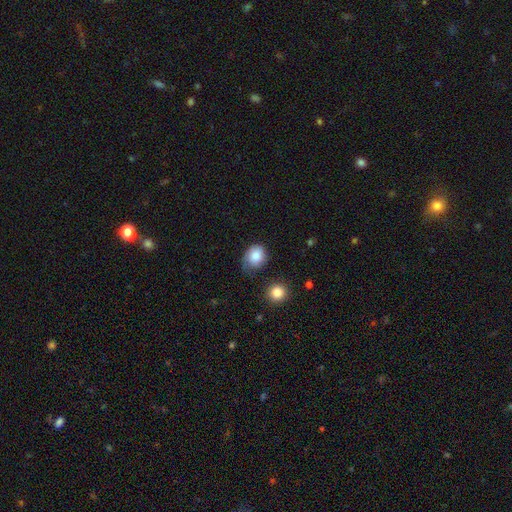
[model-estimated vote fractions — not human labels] Q: Smooth or featured?
A: smooth (80%); runner-up: featured or disk (12%)
Q: How rounded?
A: round (61%); runner-up: in between (38%)
Q: Merging?
A: none (49%); runner-up: minor disturbance (34%)